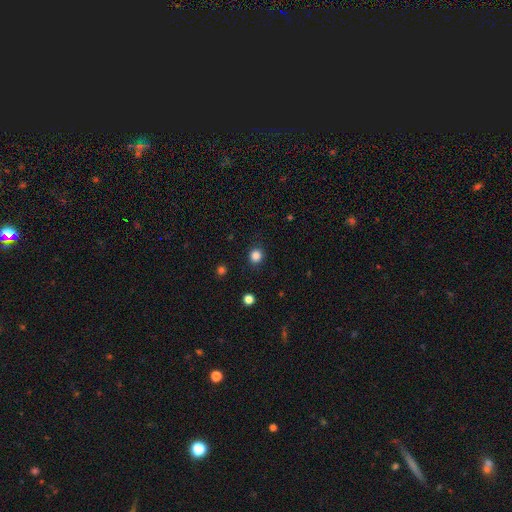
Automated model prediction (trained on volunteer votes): smooth-or-featured: smooth: 85% | star or artifact: 12% | featured or disk: 3%
  how-rounded: round: 87% | in between: 12% | cigar-shaped: 1%
  merging: none: 89% | minor disturbance: 7% | major disturbance: 2% | merger: 1%